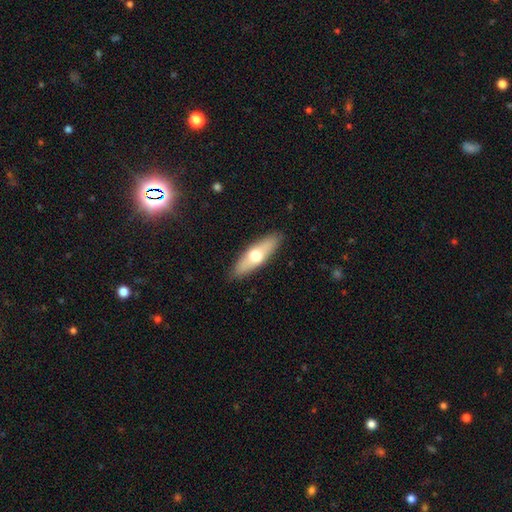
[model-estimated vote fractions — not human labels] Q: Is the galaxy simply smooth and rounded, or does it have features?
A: smooth — 55%.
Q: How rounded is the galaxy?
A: cigar-shaped — 51%.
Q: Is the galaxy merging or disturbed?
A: none — 88%.